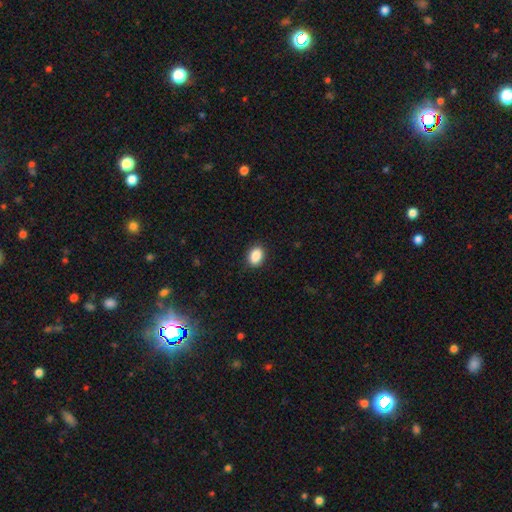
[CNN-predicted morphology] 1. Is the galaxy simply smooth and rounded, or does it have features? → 89% smooth, 8% star or artifact, 3% featured or disk.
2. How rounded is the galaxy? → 78% in between, 21% round, 1% cigar-shaped.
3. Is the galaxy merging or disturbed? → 88% none, 8% minor disturbance, 2% major disturbance, 1% merger.